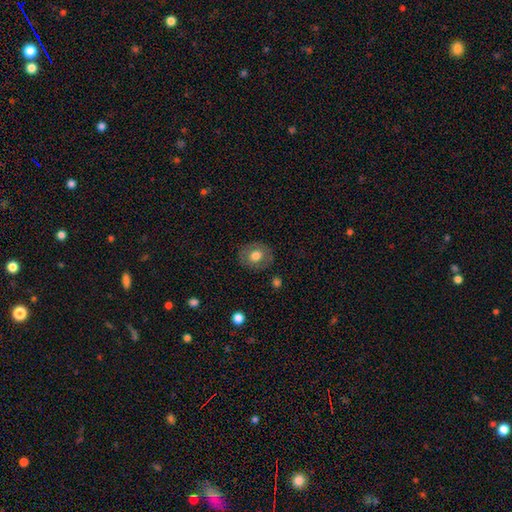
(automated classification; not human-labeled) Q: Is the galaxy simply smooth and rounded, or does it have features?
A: smooth — 70%.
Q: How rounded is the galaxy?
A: round — 72%.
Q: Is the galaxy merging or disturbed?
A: none — 84%.